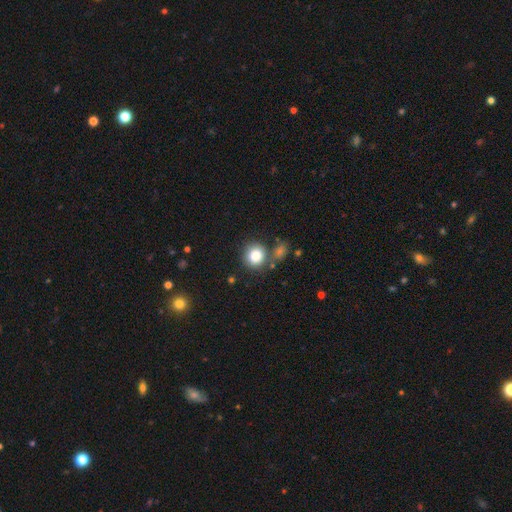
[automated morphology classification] smooth_or_featured: smooth (p=0.85) [alt: star or artifact p=0.09]
how_rounded: round (p=0.85) [alt: in between p=0.14]
merging: none (p=0.66) [alt: merger p=0.14]